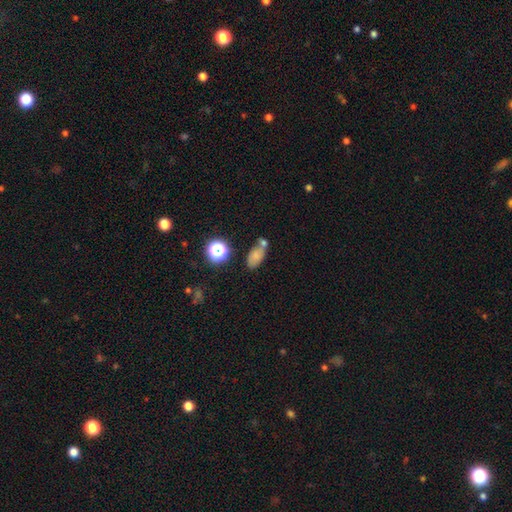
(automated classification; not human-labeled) A smooth galaxy with no disk features (69%) that is in between round and cigar-shaped (84%).

Vote fractions:
- Smooth or featured? smooth: 69% / star or artifact: 17% / featured or disk: 14%
- How rounded? in between: 84% / round: 13% / cigar-shaped: 4%
- Merging? none: 45% / merger: 33% / minor disturbance: 16% / major disturbance: 6%